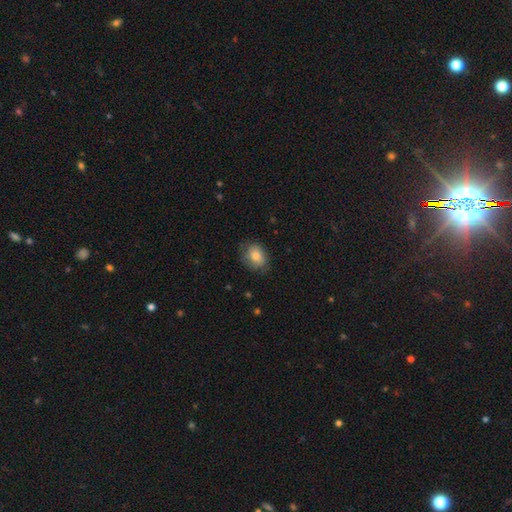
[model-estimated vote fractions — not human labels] smooth 79%, featured or disk 13%, star or artifact 8%. Down the decision tree: how rounded — in between (64%); merging — none (72%).